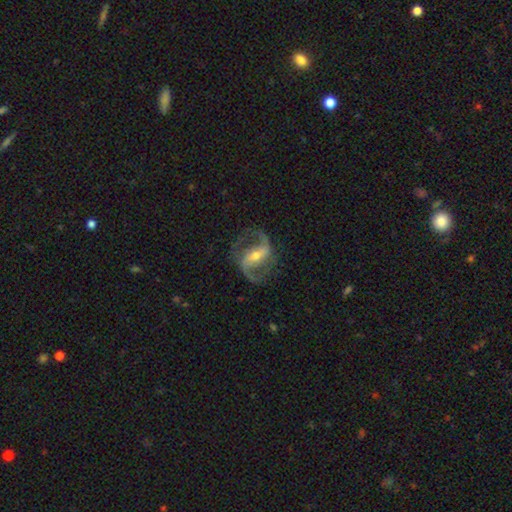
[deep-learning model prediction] smooth_or_featured: featured or disk (p=0.90) [alt: smooth p=0.05]
disk_edge_on: no (p=0.97) [alt: yes p=0.03]
bar: strong (p=0.57) [alt: weak p=0.30]
has_spiral_arms: yes (p=0.96) [alt: no p=0.04]
spiral_winding: medium (p=0.50) [alt: loose p=0.38]
spiral_arm_count: 2 (p=0.93) [alt: can't tell p=0.02]
bulge_size: moderate (p=0.48) [alt: small p=0.47]
merging: none (p=0.78) [alt: minor disturbance p=0.12]